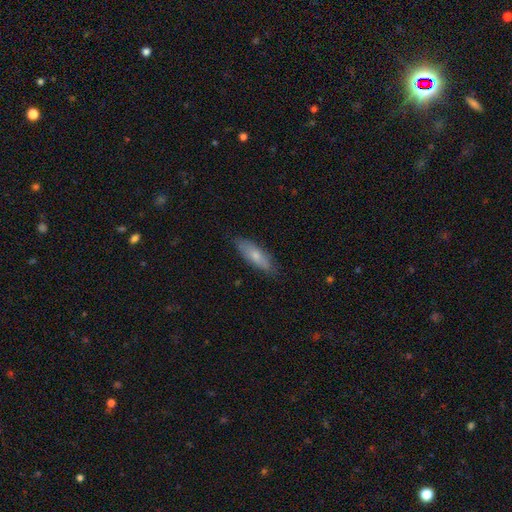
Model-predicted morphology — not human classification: Smooth or featured? Predicted: smooth (p=0.70). How rounded? Predicted: in between (p=0.51). Merging? Predicted: none (p=0.81).